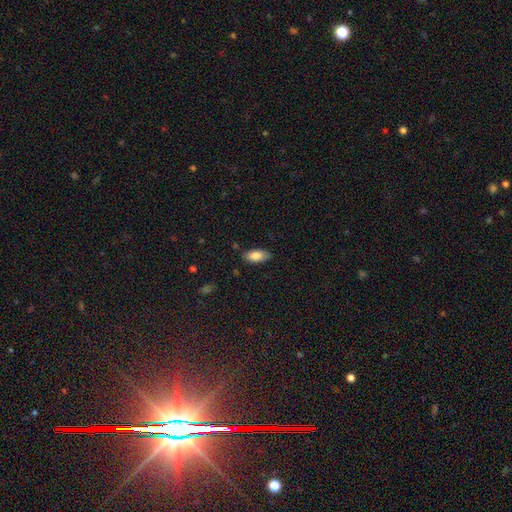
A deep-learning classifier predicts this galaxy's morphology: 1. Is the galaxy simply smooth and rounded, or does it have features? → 83% smooth, 10% featured or disk, 7% star or artifact.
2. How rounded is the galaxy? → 89% in between, 9% cigar-shaped, 2% round.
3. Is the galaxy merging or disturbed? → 79% none, 16% minor disturbance, 3% major disturbance, 2% merger.